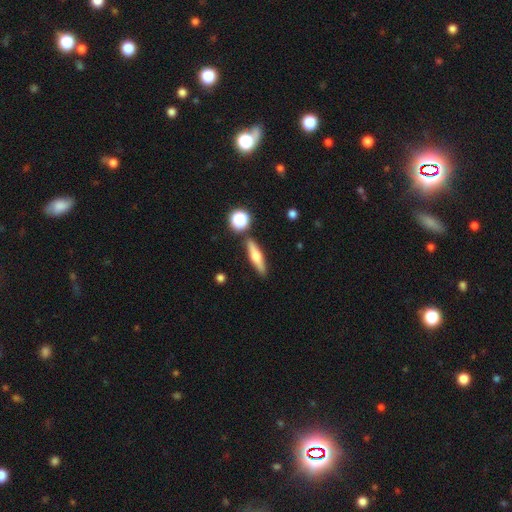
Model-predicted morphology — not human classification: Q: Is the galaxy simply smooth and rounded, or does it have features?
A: smooth — 49%.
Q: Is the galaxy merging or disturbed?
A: none — 84%.